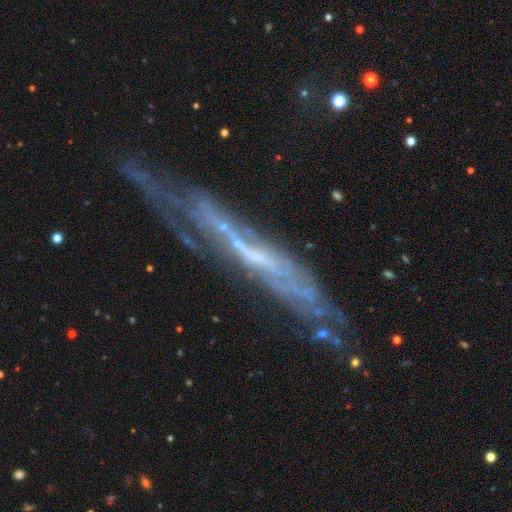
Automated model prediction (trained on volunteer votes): The model was most divided on "edge-on disk": yes: 66%, no: 34%. More confident: smooth or featured — featured or disk (74%); merging — none (60%).